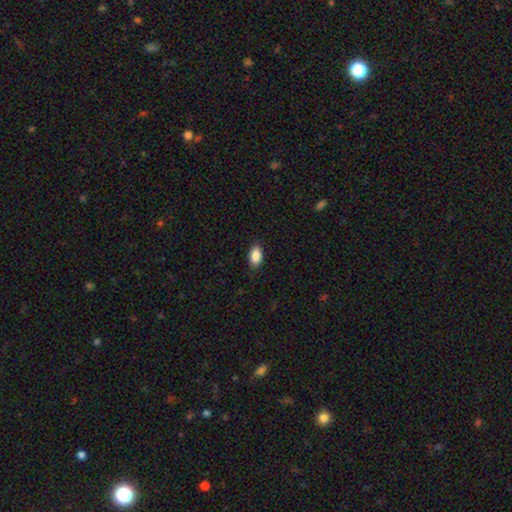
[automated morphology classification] smooth 89%, star or artifact 7%, featured or disk 4%. Down the decision tree: how rounded — in between (93%); merging — none (86%).